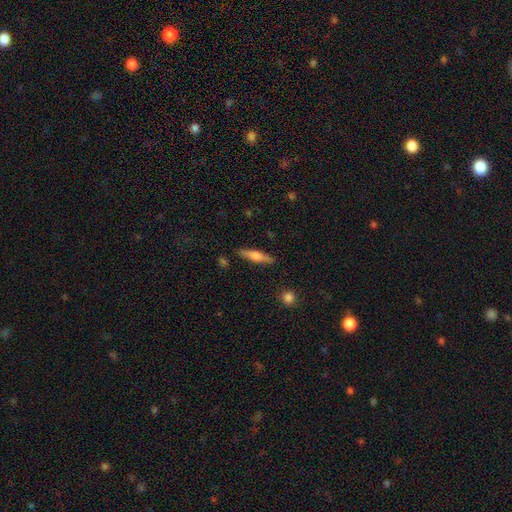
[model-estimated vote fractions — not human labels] smooth_or_featured: smooth (p=0.49) [alt: featured or disk p=0.45]
merging: none (p=0.88) [alt: minor disturbance p=0.09]